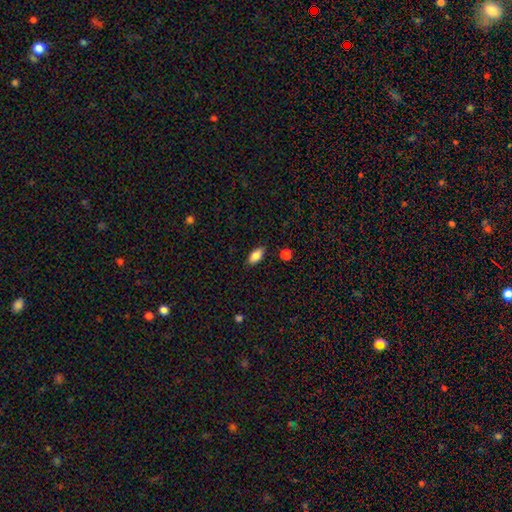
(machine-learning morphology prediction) smooth 86%, star or artifact 8%, featured or disk 6%. Down the decision tree: how rounded — in between (90%); merging — none (84%).